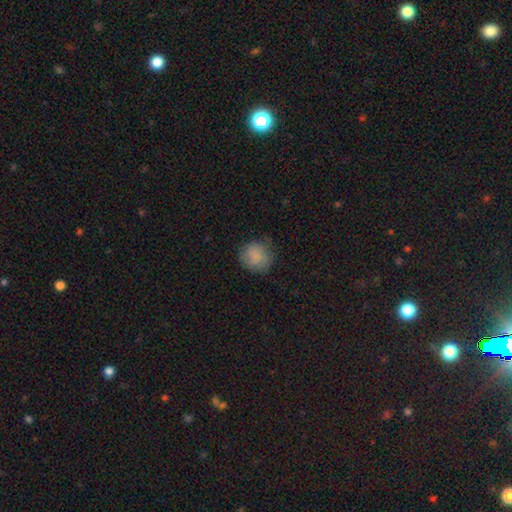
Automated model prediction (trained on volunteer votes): Q: Smooth or featured?
A: smooth (84%); runner-up: featured or disk (9%)
Q: How rounded?
A: round (89%); runner-up: in between (10%)
Q: Merging?
A: none (73%); runner-up: minor disturbance (20%)